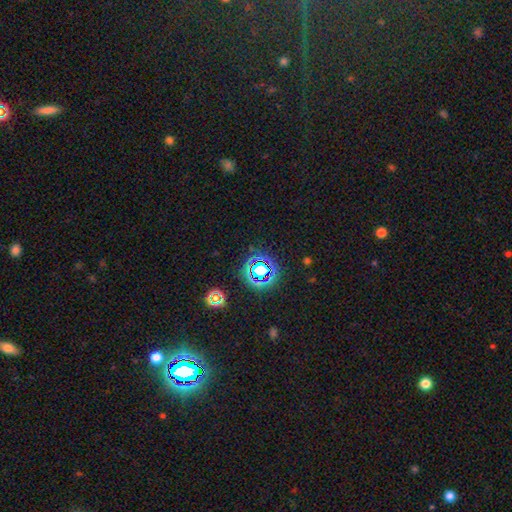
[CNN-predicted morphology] smooth_or_featured: star or artifact (p=0.77) [alt: smooth p=0.15]